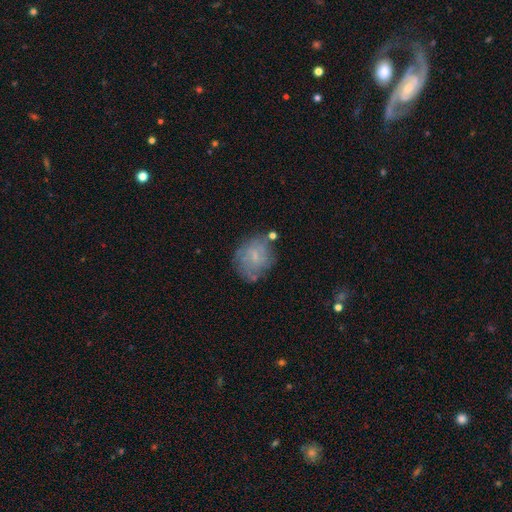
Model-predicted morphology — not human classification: Smooth or featured?
  - featured or disk: 48% *
  - smooth: 42%
  - star or artifact: 10%
Merging?
  - none: 63% *
  - minor disturbance: 22%
  - major disturbance: 10%
  - merger: 6%